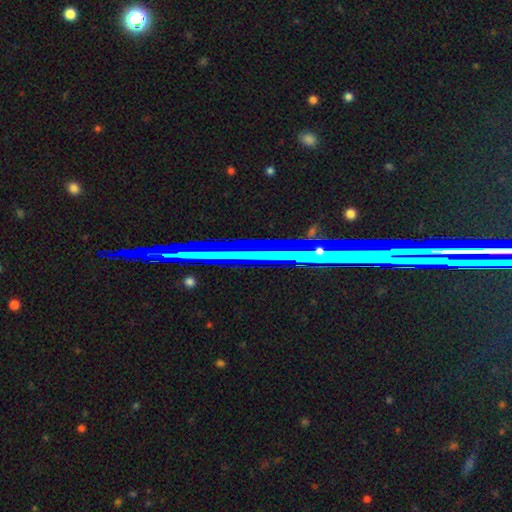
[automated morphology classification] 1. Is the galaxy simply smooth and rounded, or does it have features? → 60% star or artifact, 28% featured or disk, 12% smooth.